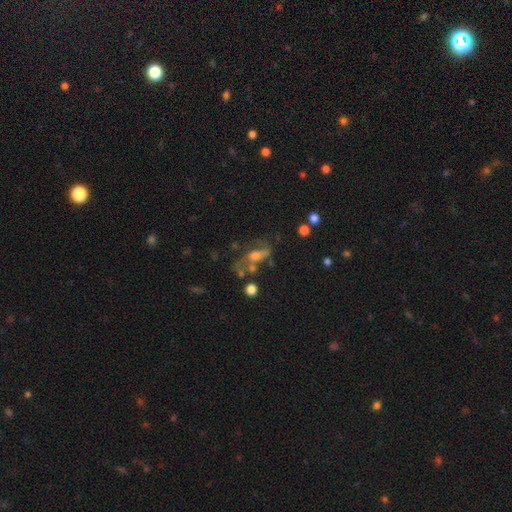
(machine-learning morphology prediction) Smooth or featured? Predicted: featured or disk (p=0.48). Merging? Predicted: none (p=0.35).